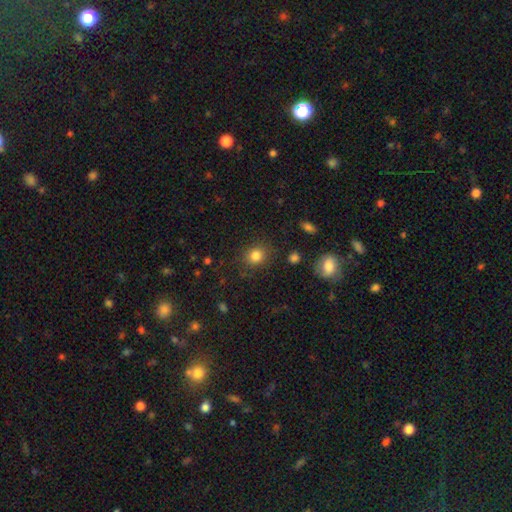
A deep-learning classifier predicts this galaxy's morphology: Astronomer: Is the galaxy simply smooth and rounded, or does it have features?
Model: smooth — 83%.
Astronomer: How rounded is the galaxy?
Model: round — 75%.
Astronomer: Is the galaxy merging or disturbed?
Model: none — 85%.